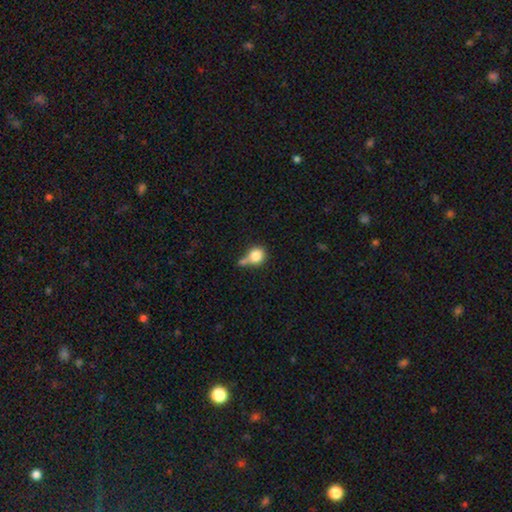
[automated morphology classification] Overall: smooth (80%). How rounded: round (80%). Merging: none (36%; merger 31%).